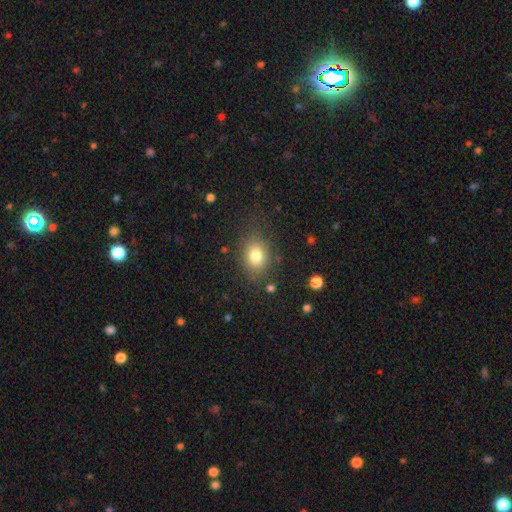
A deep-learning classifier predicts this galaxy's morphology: Smooth or featured: smooth — 79% (star or artifact — 11%)
How rounded: in between — 52% (round — 47%)
Merging: none — 78% (minor disturbance — 14%)